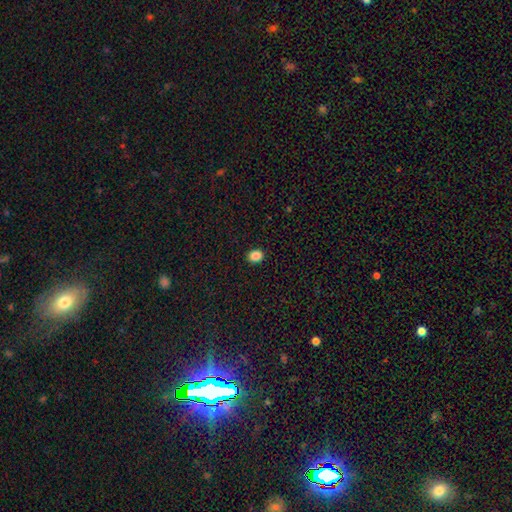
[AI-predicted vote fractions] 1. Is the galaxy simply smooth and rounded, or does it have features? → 86% smooth, 11% star or artifact, 3% featured or disk.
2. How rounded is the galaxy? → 56% round, 43% in between, 1% cigar-shaped.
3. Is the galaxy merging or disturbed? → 92% none, 6% minor disturbance, 2% major disturbance, 1% merger.